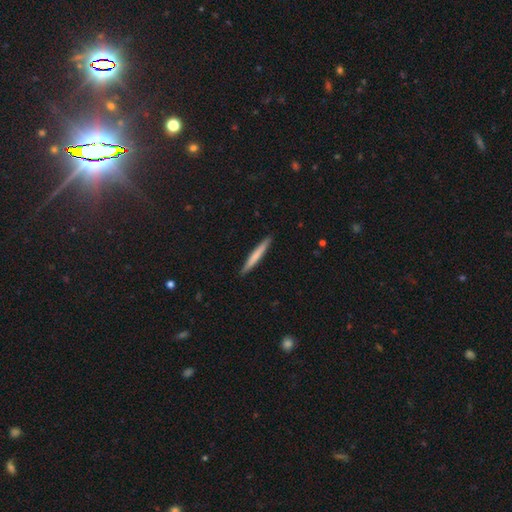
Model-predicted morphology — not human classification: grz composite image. It shows a smooth galaxy with no disk features (69%) that is cigar-shaped (96%). Merging: none (92%).